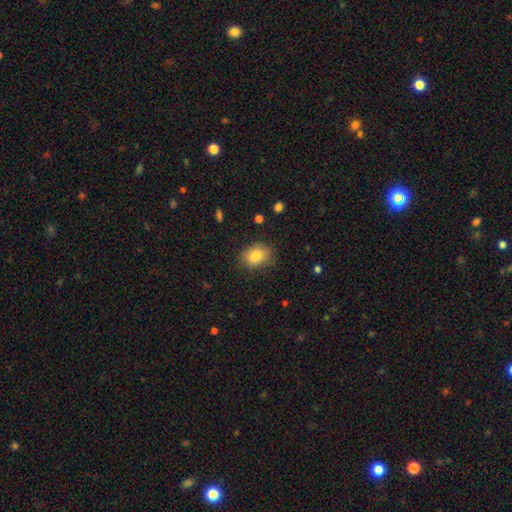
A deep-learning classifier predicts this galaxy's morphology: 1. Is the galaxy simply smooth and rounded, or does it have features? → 85% smooth, 8% star or artifact, 6% featured or disk.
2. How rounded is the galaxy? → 63% in between, 36% round, 1% cigar-shaped.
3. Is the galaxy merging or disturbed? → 79% none, 16% minor disturbance, 4% major disturbance, 1% merger.